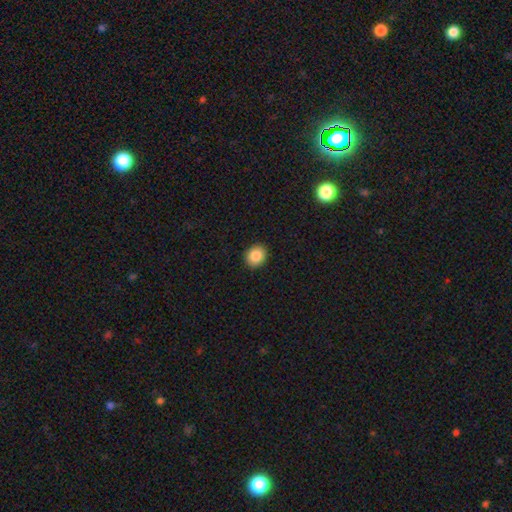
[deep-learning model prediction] Smooth or featured?
  - smooth: 86% *
  - star or artifact: 9%
  - featured or disk: 5%
How rounded?
  - round: 67% *
  - in between: 32%
  - cigar-shaped: 1%
Merging?
  - none: 92% *
  - minor disturbance: 6%
  - major disturbance: 2%
  - merger: 1%